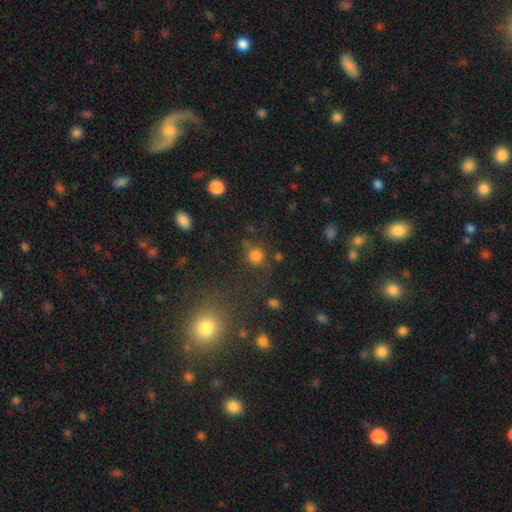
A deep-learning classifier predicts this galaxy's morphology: Smooth or featured?
  - smooth: 76% *
  - star or artifact: 17%
  - featured or disk: 7%
How rounded?
  - round: 86% *
  - in between: 12%
  - cigar-shaped: 1%
Merging?
  - none: 68% *
  - minor disturbance: 14%
  - major disturbance: 10%
  - merger: 8%